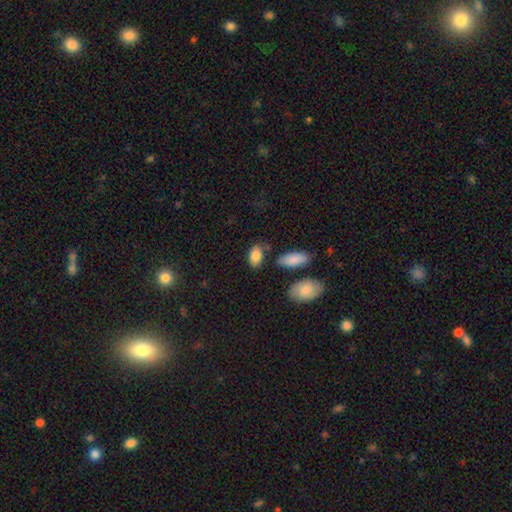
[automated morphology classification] The model was most divided on "merging": none: 73%, minor disturbance: 16%, merger: 7%, major disturbance: 4%. More confident: how rounded — in between (92%); smooth or featured — smooth (85%).